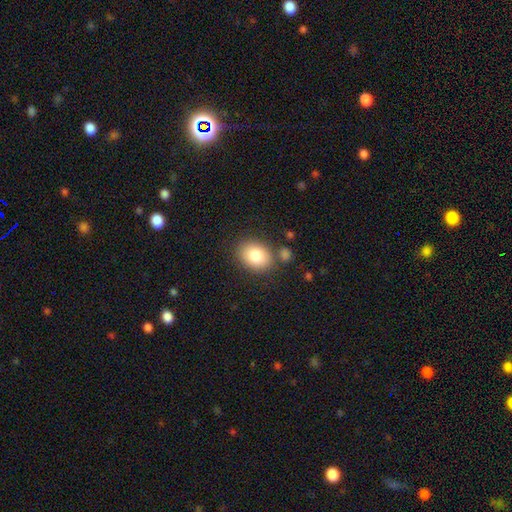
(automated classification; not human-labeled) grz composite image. It shows a smooth galaxy with no disk features (83%) that is in between round and cigar-shaped (66%). Merging: none (78%).